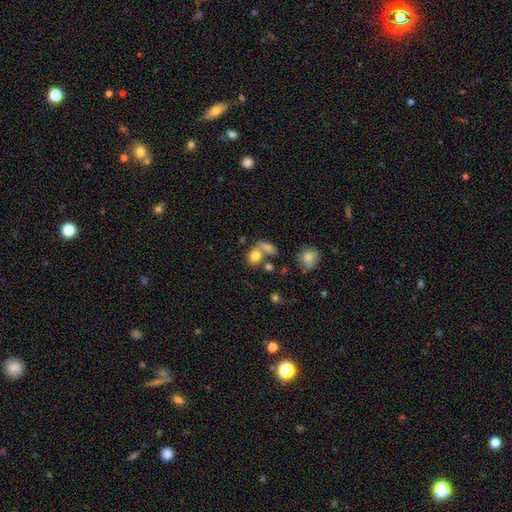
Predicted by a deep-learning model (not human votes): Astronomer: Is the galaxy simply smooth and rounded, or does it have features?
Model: smooth — 78%.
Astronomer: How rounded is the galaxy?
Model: round — 53% (runner-up: in between, 45%).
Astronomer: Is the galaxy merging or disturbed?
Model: none — 43% (runner-up: merger, 41%).